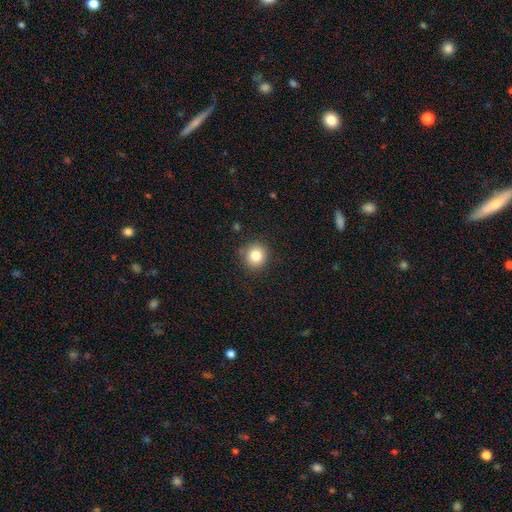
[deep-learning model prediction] smooth_or_featured: smooth (p=0.82) [alt: star or artifact p=0.11]
how_rounded: round (p=0.90) [alt: in between p=0.09]
merging: none (p=0.88) [alt: minor disturbance p=0.08]